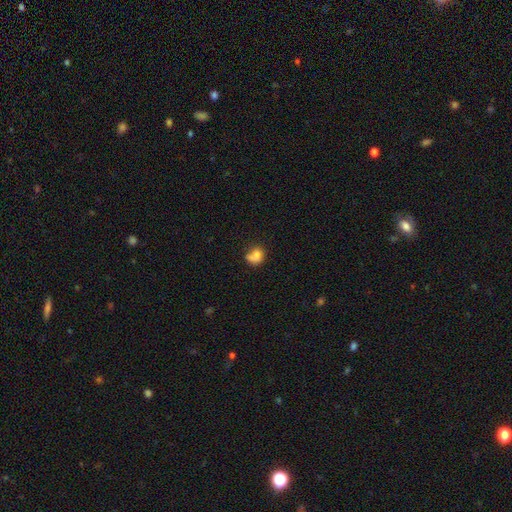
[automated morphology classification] A smooth galaxy with no disk features (75%) that is round (62%). Merging: none (38%).